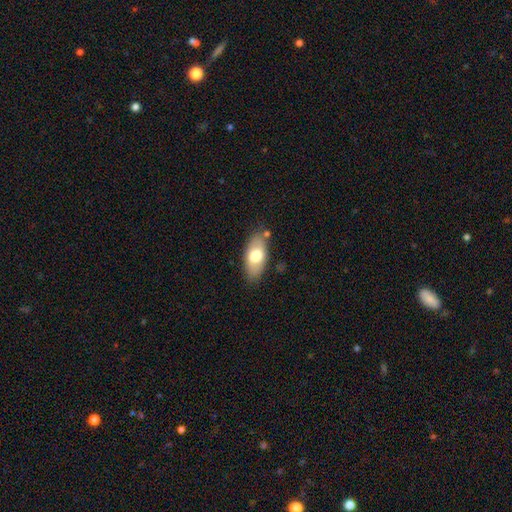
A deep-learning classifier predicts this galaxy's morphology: smooth 69%, featured or disk 25%, star or artifact 6%. Down the decision tree: how rounded — in between (89%); merging — none (79%).